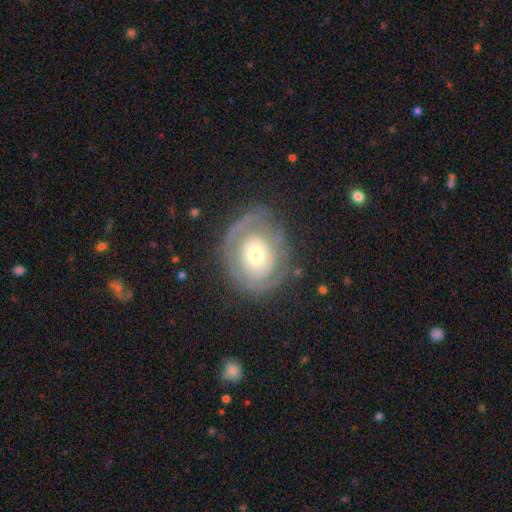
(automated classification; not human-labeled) smooth_or_featured: featured or disk (p=0.63) [alt: smooth p=0.30]
disk_edge_on: no (p=0.95) [alt: yes p=0.05]
bar: no (p=0.86) [alt: weak p=0.10]
has_spiral_arms: no (p=0.54) [alt: yes p=0.46]
bulge_size: moderate (p=0.47) [alt: small p=0.41]
merging: none (p=0.67) [alt: minor disturbance p=0.18]